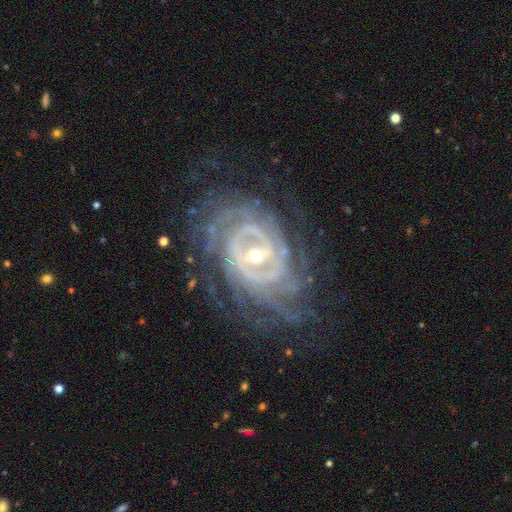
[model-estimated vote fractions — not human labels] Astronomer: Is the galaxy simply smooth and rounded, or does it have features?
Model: featured or disk — 91%.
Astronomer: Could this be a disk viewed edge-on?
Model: no — 96%.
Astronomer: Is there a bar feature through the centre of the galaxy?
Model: weak — 42% (runner-up: strong, 40%).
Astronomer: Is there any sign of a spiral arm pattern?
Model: yes — 97%.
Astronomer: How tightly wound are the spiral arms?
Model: tight — 76%.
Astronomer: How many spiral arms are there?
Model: can't tell — 31% (runner-up: 2, 19%).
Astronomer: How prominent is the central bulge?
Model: small — 59% (runner-up: moderate, 38%).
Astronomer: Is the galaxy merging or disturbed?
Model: none — 73%.